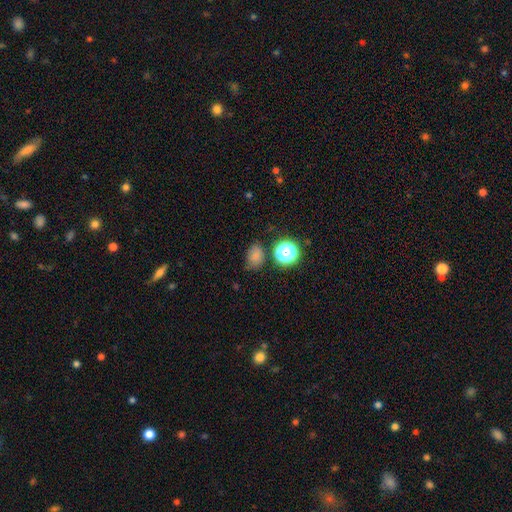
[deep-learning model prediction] The model was most divided on "how rounded": in between: 62%, round: 37%, cigar-shaped: 1%. More confident: smooth or featured — smooth (74%); merging — none (70%).